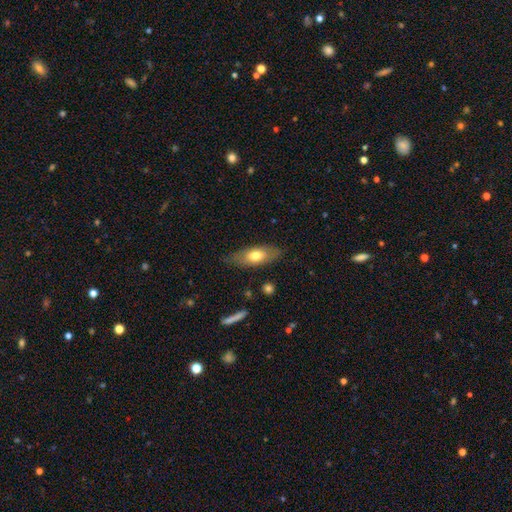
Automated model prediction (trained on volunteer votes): smooth 65%, featured or disk 29%, star or artifact 6%. Down the decision tree: how rounded — in between (72%); merging — none (78%).